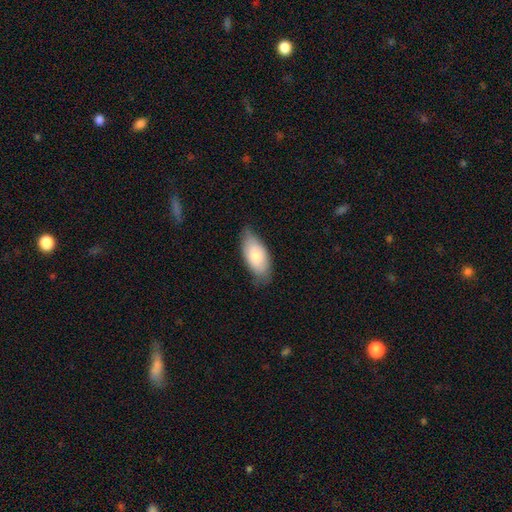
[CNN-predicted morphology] Q: Smooth or featured?
A: smooth (76%); runner-up: featured or disk (19%)
Q: How rounded?
A: in between (91%); runner-up: cigar-shaped (6%)
Q: Merging?
A: none (66%); runner-up: minor disturbance (29%)